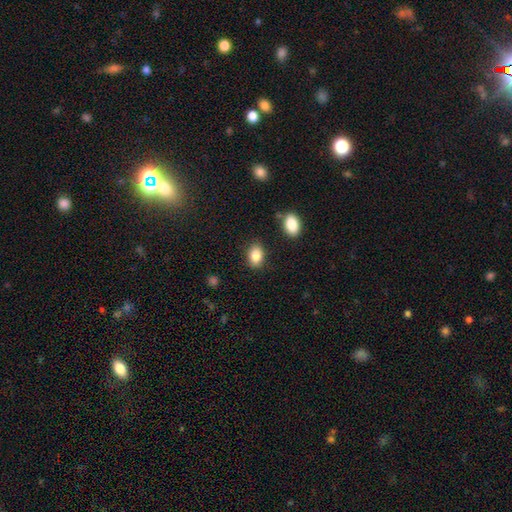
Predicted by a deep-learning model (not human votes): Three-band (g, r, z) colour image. It shows a smooth galaxy with no disk features (86%) that is in between round and cigar-shaped (83%). Merging: none (84%).